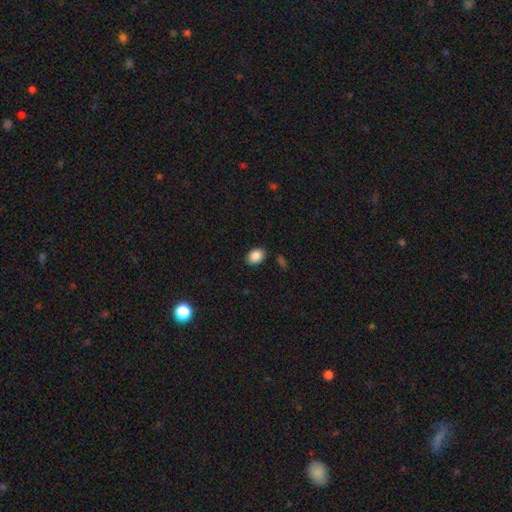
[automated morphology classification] Smooth or featured? Predicted: smooth (p=0.88). How rounded? Predicted: in between (p=0.78). Merging? Predicted: none (p=0.84).